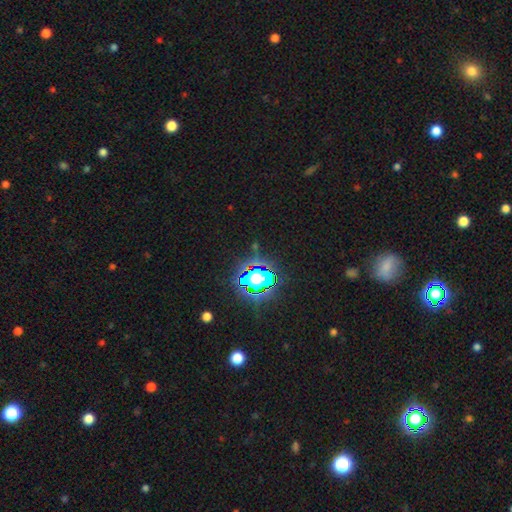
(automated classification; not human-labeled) A star or artifact, not a galaxy (81%).